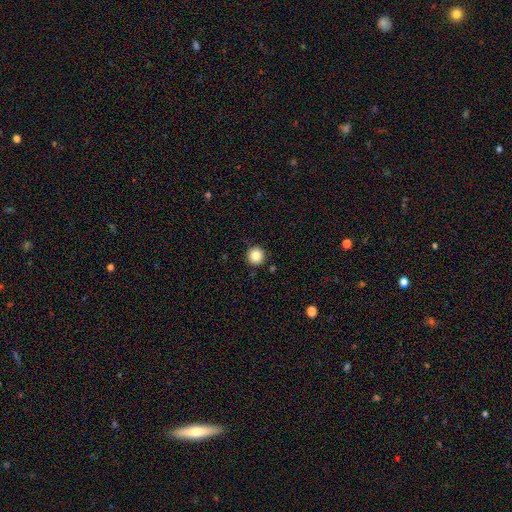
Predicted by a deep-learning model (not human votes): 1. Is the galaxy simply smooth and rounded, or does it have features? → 84% smooth, 10% star or artifact, 5% featured or disk.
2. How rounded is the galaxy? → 95% round, 4% in between, 1% cigar-shaped.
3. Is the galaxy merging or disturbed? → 91% none, 6% minor disturbance, 2% major disturbance, 2% merger.